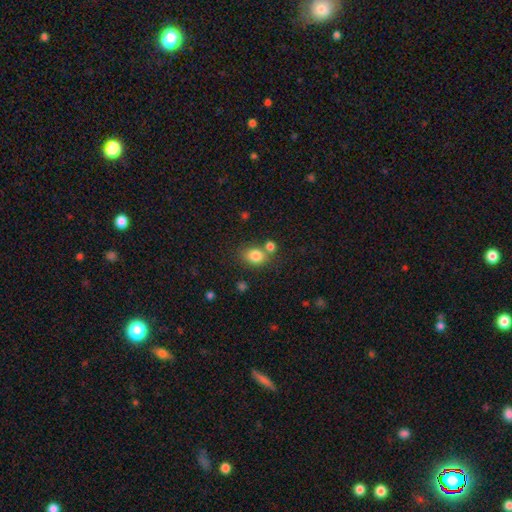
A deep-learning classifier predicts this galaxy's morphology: smooth 82%, star or artifact 11%, featured or disk 7%. Down the decision tree: how rounded — in between (52%); merging — none (59%).